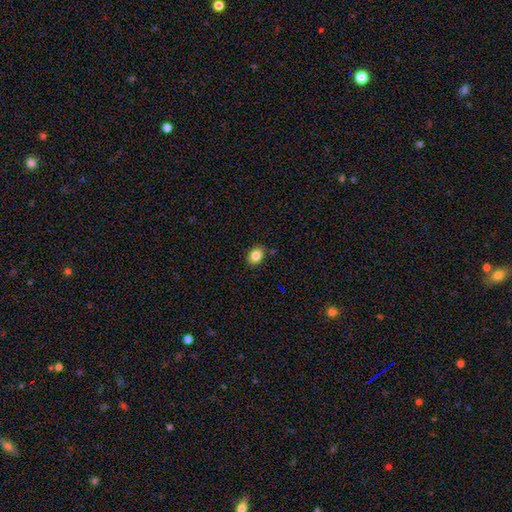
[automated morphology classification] A smooth galaxy with no disk features (84%) that is in between round and cigar-shaped (57%). Merging: none (85%).